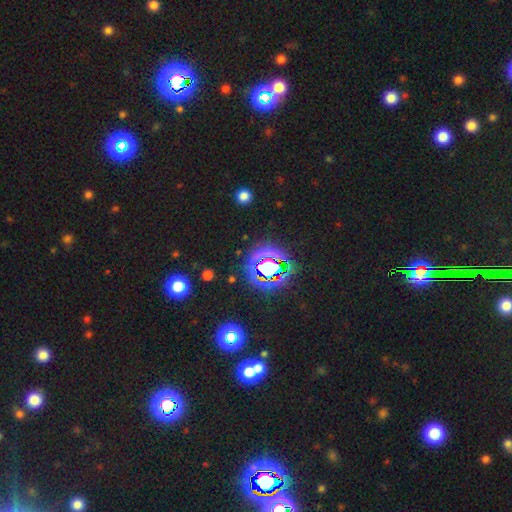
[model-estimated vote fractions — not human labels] smooth_or_featured: star or artifact (p=0.78) [alt: smooth p=0.15]